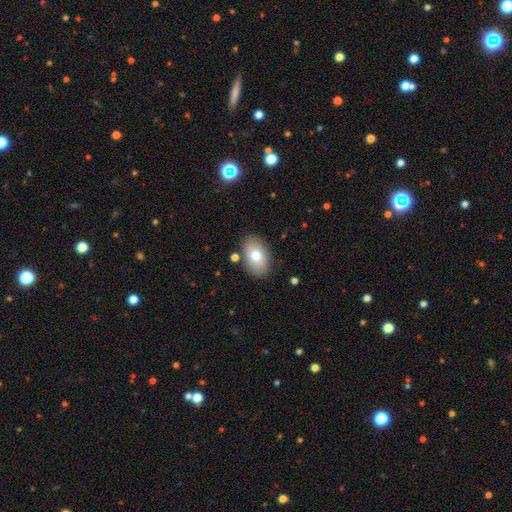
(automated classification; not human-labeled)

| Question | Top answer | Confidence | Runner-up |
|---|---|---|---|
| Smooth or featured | smooth | 75% | featured or disk (18%) |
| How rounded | in between | 91% | round (8%) |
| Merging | none | 84% | minor disturbance (10%) |